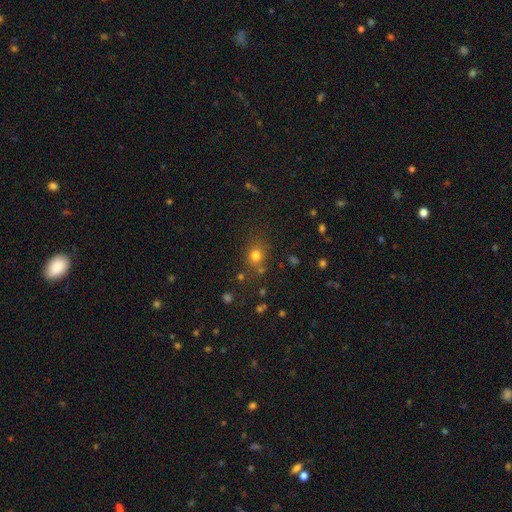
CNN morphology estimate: smooth_or_featured: smooth (p=0.75) [alt: star or artifact p=0.17]
how_rounded: round (p=0.76) [alt: in between p=0.23]
merging: none (p=0.73) [alt: minor disturbance p=0.13]